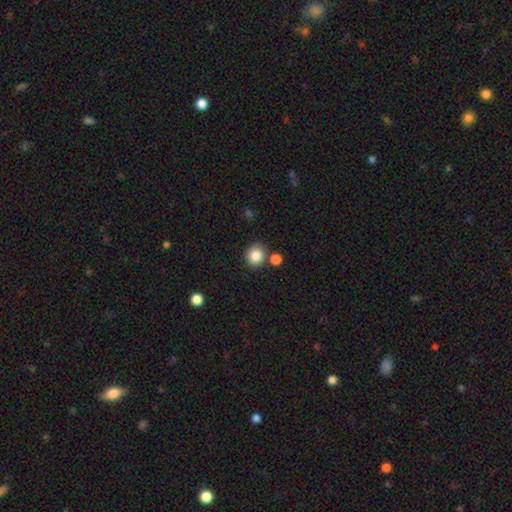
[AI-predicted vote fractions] smooth 84%, star or artifact 10%, featured or disk 6%. Down the decision tree: how rounded — round (85%); merging — none (79%).